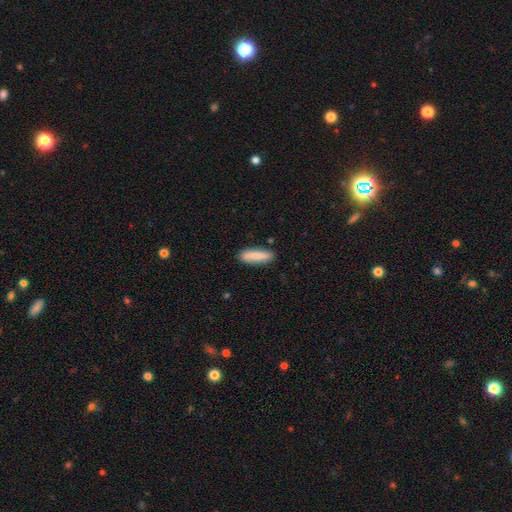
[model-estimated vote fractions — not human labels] Smooth or featured: smooth — 83% (featured or disk — 11%)
How rounded: cigar-shaped — 66% (in between — 33%)
Merging: none — 86% (minor disturbance — 10%)